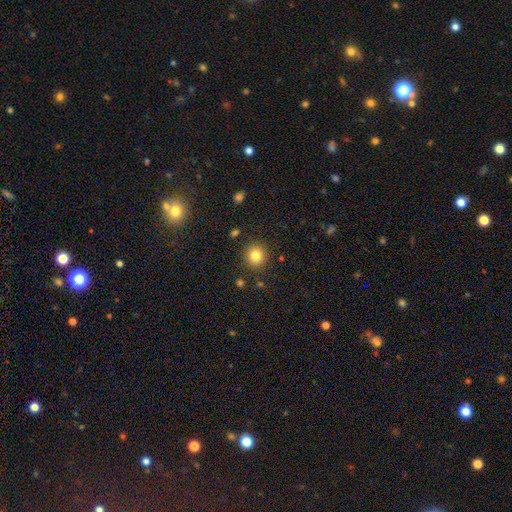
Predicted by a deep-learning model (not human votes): This is clearly a smooth galaxy (83%). How rounded: clearly round (90%). Merging: clearly none (88%).